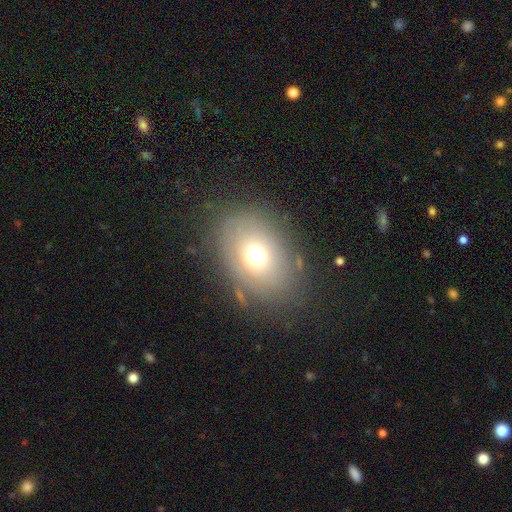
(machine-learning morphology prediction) Smooth or featured? smooth (62%)
How rounded? in between (71%)
Merging? none (75%)